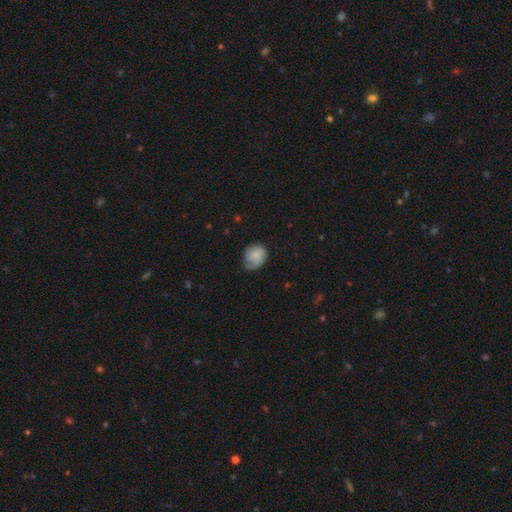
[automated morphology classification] Smooth or featured?
  - smooth: 71% *
  - featured or disk: 22%
  - star or artifact: 7%
How rounded?
  - round: 59% *
  - in between: 40%
  - cigar-shaped: 1%
Merging?
  - none: 59% *
  - minor disturbance: 30%
  - major disturbance: 10%
  - merger: 1%